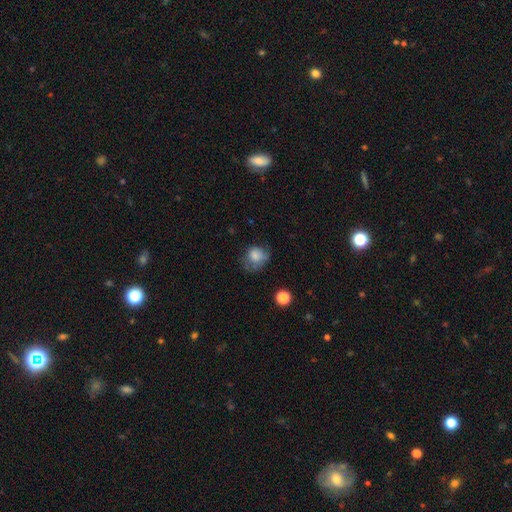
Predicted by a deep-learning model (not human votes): Smooth or featured?
  - smooth: 74% *
  - featured or disk: 16%
  - star or artifact: 10%
How rounded?
  - round: 63% *
  - in between: 36%
  - cigar-shaped: 1%
Merging?
  - none: 45% *
  - minor disturbance: 32%
  - major disturbance: 21%
  - merger: 2%